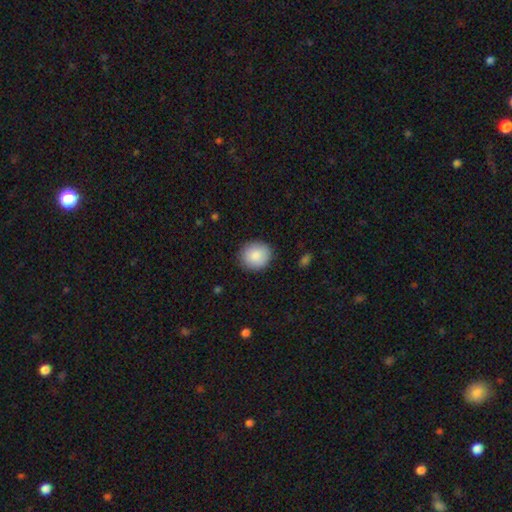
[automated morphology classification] A smooth galaxy with no disk features (87%) that is round (81%). Merging: none (88%).